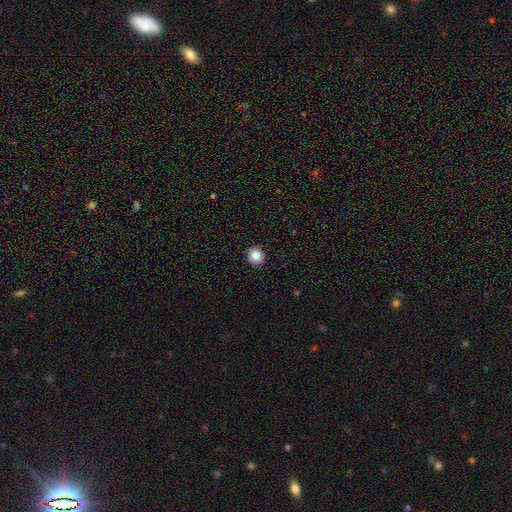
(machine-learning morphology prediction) smooth 87%, star or artifact 9%, featured or disk 4%. Down the decision tree: how rounded — round (88%); merging — none (92%).